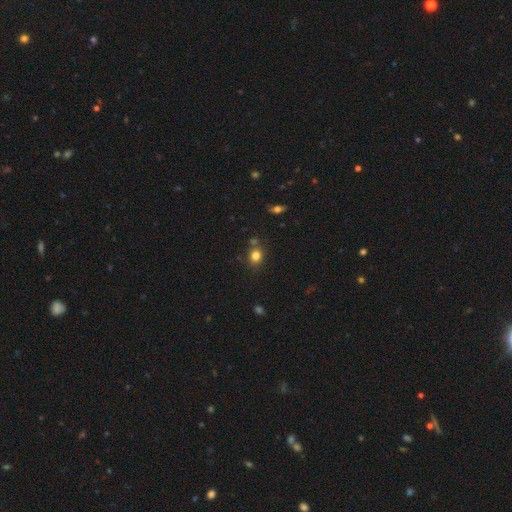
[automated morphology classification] A smooth galaxy with no disk features (80%) that is round (66%).

Vote fractions:
- Smooth or featured? smooth: 80% / star or artifact: 13% / featured or disk: 7%
- How rounded? round: 66% / in between: 33% / cigar-shaped: 1%
- Merging? none: 71% / minor disturbance: 13% / merger: 12% / major disturbance: 4%